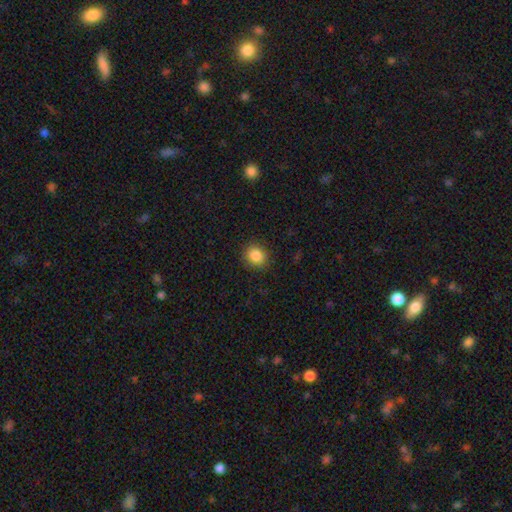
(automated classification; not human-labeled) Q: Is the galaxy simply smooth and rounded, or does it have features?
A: smooth — 86%.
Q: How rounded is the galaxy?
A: round — 79%.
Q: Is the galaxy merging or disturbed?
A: none — 89%.